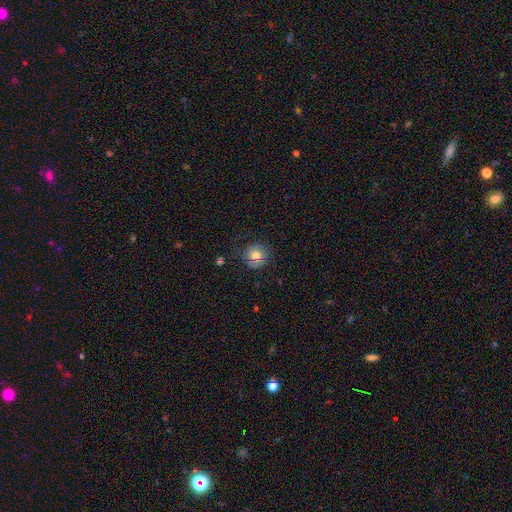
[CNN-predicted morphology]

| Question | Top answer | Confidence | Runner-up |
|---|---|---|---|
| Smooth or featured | smooth | 72% | featured or disk (18%) |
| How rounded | round | 88% | in between (11%) |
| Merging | none | 76% | minor disturbance (17%) |